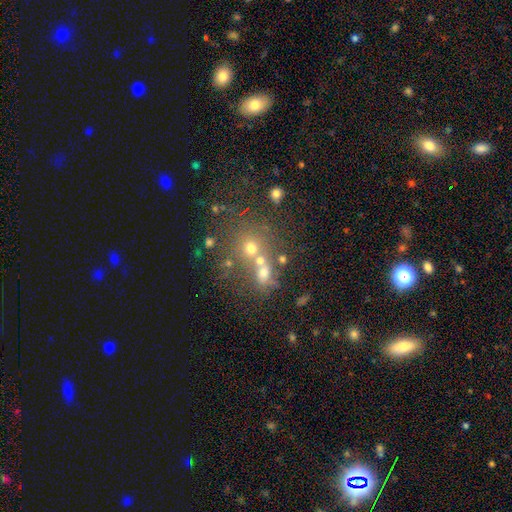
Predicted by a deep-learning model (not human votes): A smooth galaxy with no disk features (47%). Merging: merger (45%).